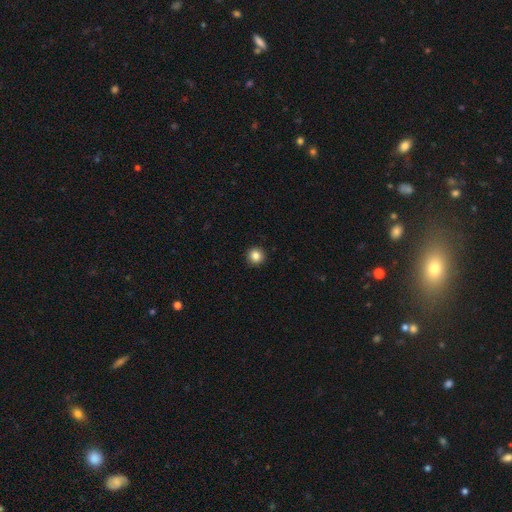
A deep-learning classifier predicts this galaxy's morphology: Overall: smooth (85%). How rounded: round (96%). Merging: none (93%).